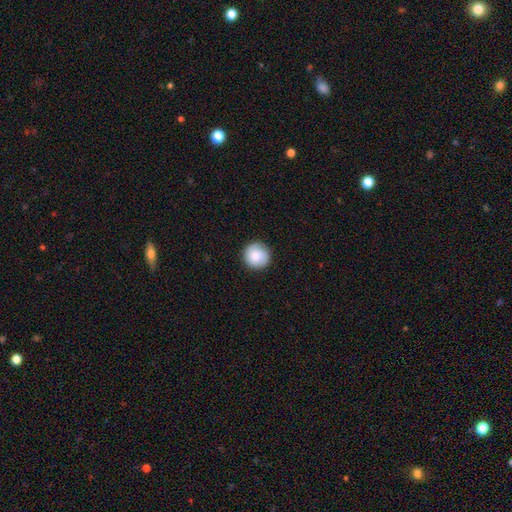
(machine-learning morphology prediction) A smooth galaxy with no disk features (84%) that is round (96%).

Vote fractions:
- Smooth or featured? smooth: 84% / featured or disk: 10% / star or artifact: 7%
- How rounded? round: 96% / in between: 3% / cigar-shaped: 1%
- Merging? none: 88% / minor disturbance: 8% / major disturbance: 2% / merger: 1%